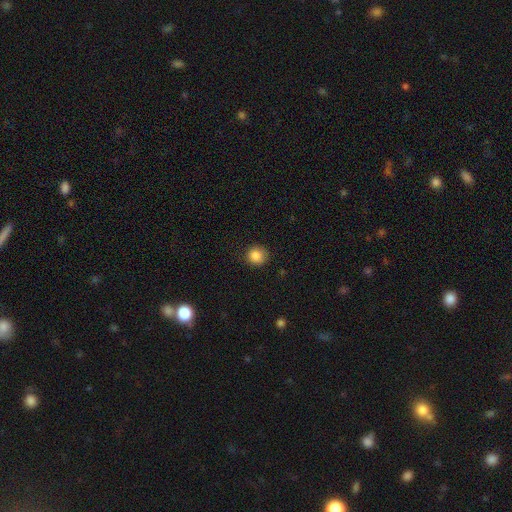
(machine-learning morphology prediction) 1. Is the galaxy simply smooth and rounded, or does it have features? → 85% smooth, 10% star or artifact, 4% featured or disk.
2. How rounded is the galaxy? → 90% round, 9% in between, 1% cigar-shaped.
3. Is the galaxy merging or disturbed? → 84% none, 12% minor disturbance, 3% major disturbance, 1% merger.